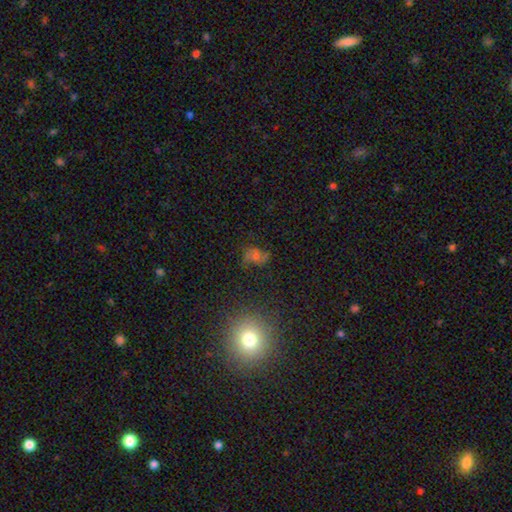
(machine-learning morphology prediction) Smooth or featured? Predicted: featured or disk (p=0.45). Merging? Predicted: none (p=0.62).